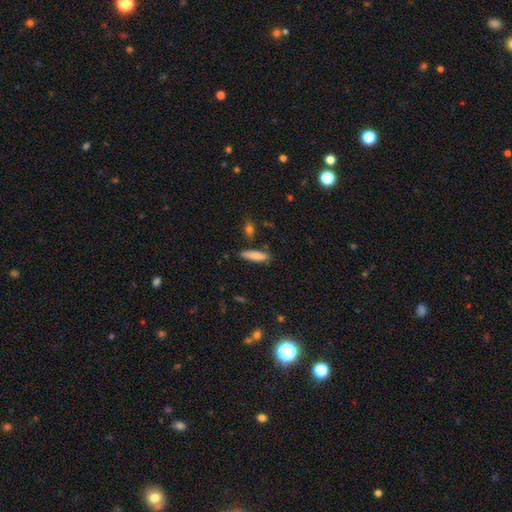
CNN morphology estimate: smooth-or-featured: smooth: 82% | featured or disk: 12% | star or artifact: 7%
  how-rounded: cigar-shaped: 67% | in between: 31% | round: 2%
  merging: none: 77% | minor disturbance: 16% | merger: 4% | major disturbance: 3%